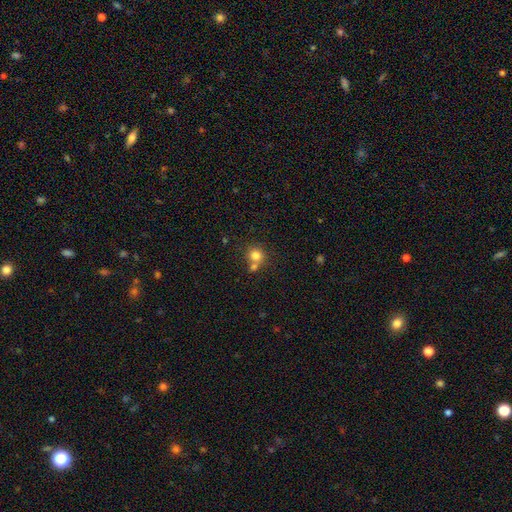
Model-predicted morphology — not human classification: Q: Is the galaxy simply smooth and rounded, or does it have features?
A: smooth — 79%.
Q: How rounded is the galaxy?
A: round — 85%.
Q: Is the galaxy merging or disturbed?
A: none — 54%.